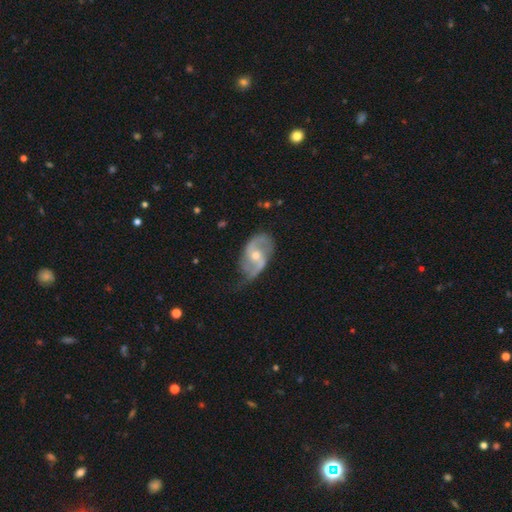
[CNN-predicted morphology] Smooth or featured?
  - featured or disk: 87% *
  - smooth: 8%
  - star or artifact: 5%
Edge-on disk?
  - no: 97% *
  - yes: 3%
Bar?
  - no: 46% *
  - weak: 40%
  - strong: 14%
Spiral arms?
  - yes: 95% *
  - no: 5%
Spiral winding?
  - medium: 44% *
  - loose: 42%
  - tight: 15%
Spiral arm count?
  - 2: 90% *
  - can't tell: 4%
  - 1: 2%
  - 3: 2%
  - 4: 1%
  - more than 4: 1%
Bulge size?
  - moderate: 57% *
  - small: 40%
  - large: 2%
  - none: 1%
  - dominant: 1%
Merging?
  - none: 62% *
  - minor disturbance: 26%
  - major disturbance: 10%
  - merger: 2%